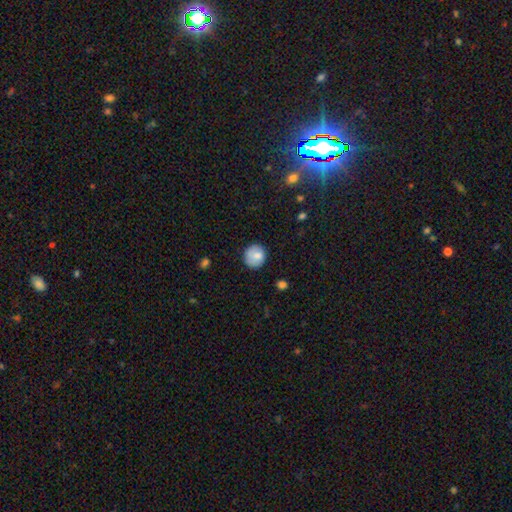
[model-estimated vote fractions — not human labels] The model was most divided on "merging": none: 81%, minor disturbance: 15%, major disturbance: 3%, merger: 1%. More confident: how rounded — round (88%); smooth or featured — smooth (79%).